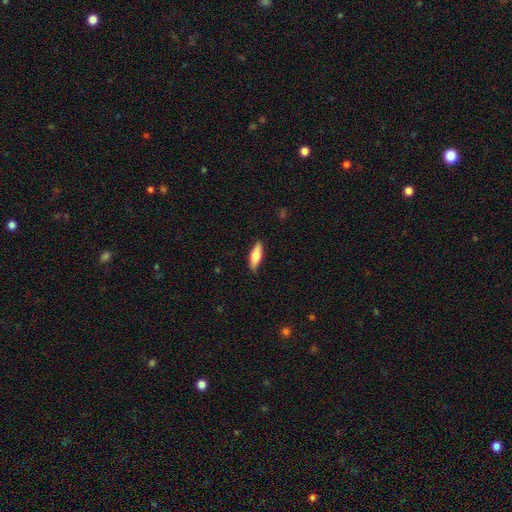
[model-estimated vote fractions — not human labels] A smooth galaxy with no disk features (69%) that is in between round and cigar-shaped (53%).

Vote fractions:
- Smooth or featured? smooth: 69% / featured or disk: 26% / star or artifact: 6%
- How rounded? in between: 53% / cigar-shaped: 45% / round: 2%
- Merging? none: 86% / minor disturbance: 11% / major disturbance: 2% / merger: 1%